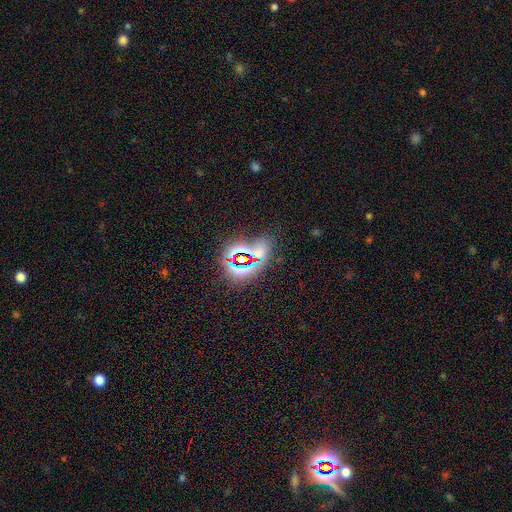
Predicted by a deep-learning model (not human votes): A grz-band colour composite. It shows a star or artifact, not a galaxy (64%).